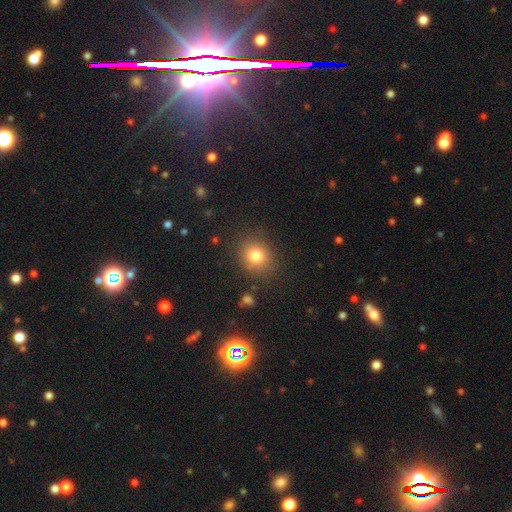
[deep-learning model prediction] Smooth or featured? Predicted: smooth (p=0.80). How rounded? Predicted: round (p=0.75). Merging? Predicted: none (p=0.85).